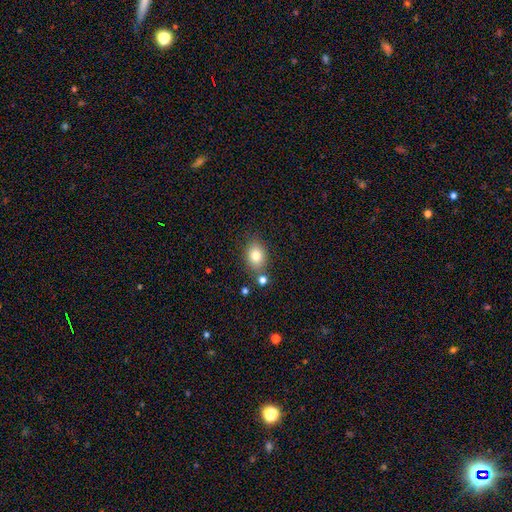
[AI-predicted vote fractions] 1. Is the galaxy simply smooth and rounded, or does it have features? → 80% smooth, 10% star or artifact, 10% featured or disk.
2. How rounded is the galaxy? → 60% in between, 39% round, 1% cigar-shaped.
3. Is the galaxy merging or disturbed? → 74% none, 13% minor disturbance, 10% merger, 3% major disturbance.